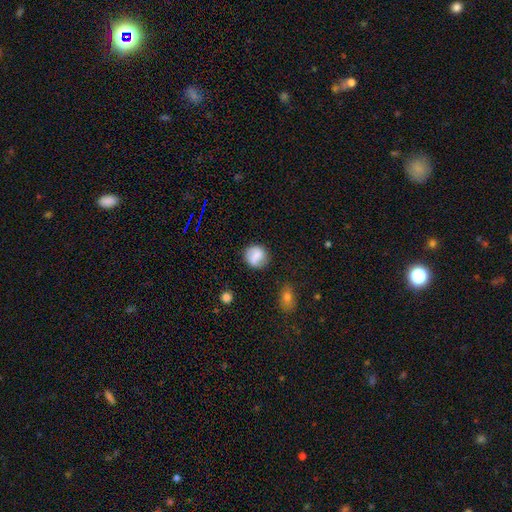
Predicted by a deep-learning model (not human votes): Smooth or featured: smooth — 69% (featured or disk — 22%)
How rounded: round — 81% (in between — 18%)
Merging: none — 75% (minor disturbance — 16%)